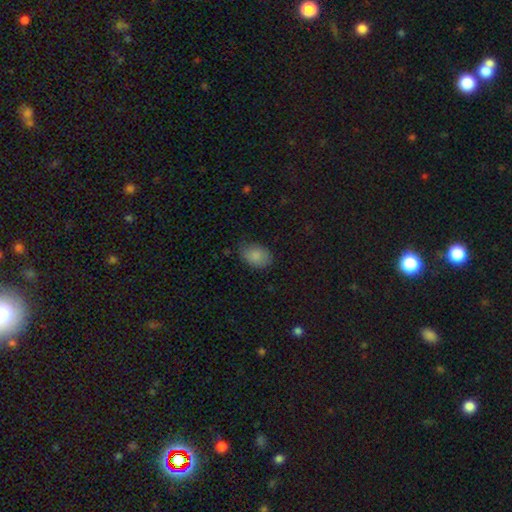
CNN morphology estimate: This is clearly a smooth galaxy (86%). How rounded: clearly in between (83%). Merging: likely none (68%).